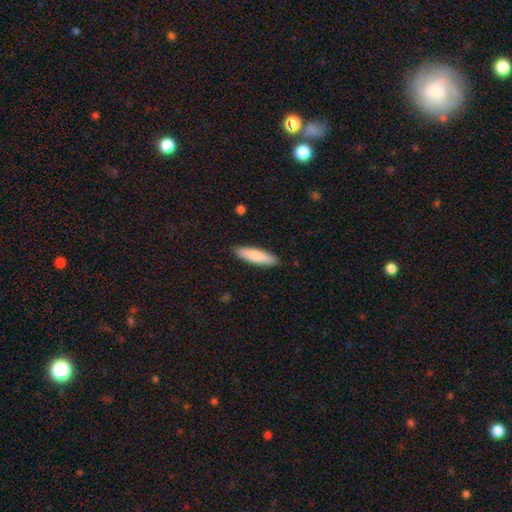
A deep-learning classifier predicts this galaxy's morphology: This appears to be a smooth galaxy with no disk features (81%) that is cigar-shaped (73%). Merging: none (89%).